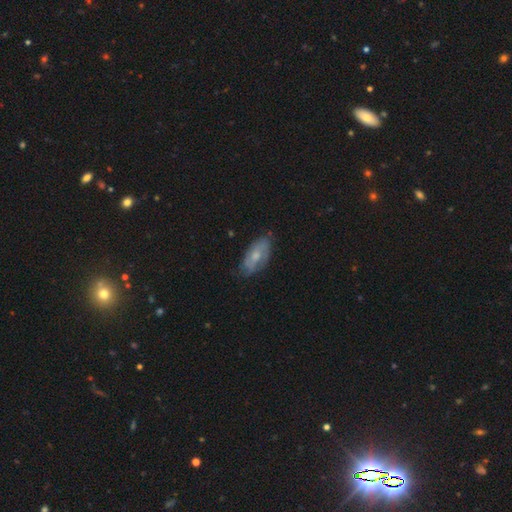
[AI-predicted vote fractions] smooth_or_featured: featured or disk (p=0.48) [alt: smooth p=0.45]
merging: none (p=0.67) [alt: minor disturbance p=0.25]